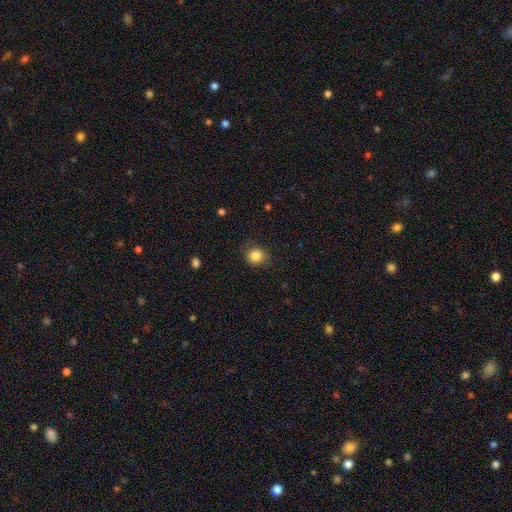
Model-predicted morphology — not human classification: Smooth or featured? smooth (85%)
How rounded? round (83%)
Merging? none (82%)